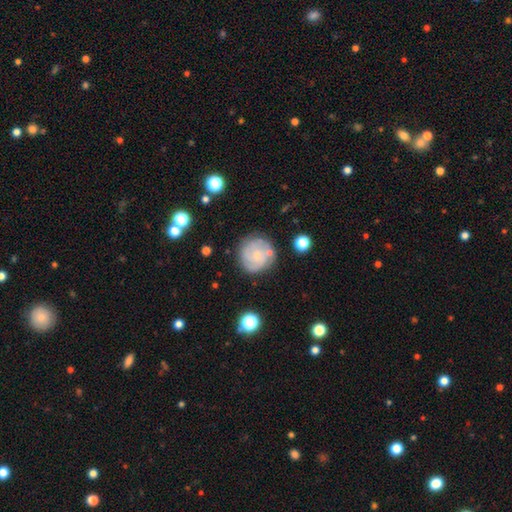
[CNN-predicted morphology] A featured or disk galaxy (67%) with no bar (70%), tight (57%) spiral arms (88%) and a small central bulge (70%).

Vote fractions:
- Smooth or featured? featured or disk: 67% / smooth: 26% / star or artifact: 7%
- Edge-on disk? no: 98% / yes: 2%
- Bar? no: 70% / weak: 26% / strong: 4%
- Spiral arms? yes: 88% / no: 12%
- Spiral winding? tight: 57% / medium: 33% / loose: 10%
- Spiral arm count? can't tell: 29% / 2: 28% / 3: 27% / 4: 6% / 1: 4% / more than 4: 4%
- Bulge size? small: 70% / moderate: 20% / none: 8% / large: 1% / dominant: 1%
- Merging? none: 75% / minor disturbance: 15% / major disturbance: 6% / merger: 5%